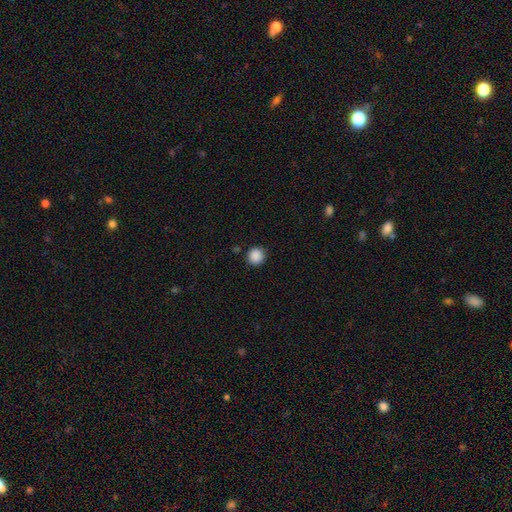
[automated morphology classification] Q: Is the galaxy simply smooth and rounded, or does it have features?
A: smooth — 88%.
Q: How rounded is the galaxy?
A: round — 94%.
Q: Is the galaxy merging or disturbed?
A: none — 88%.